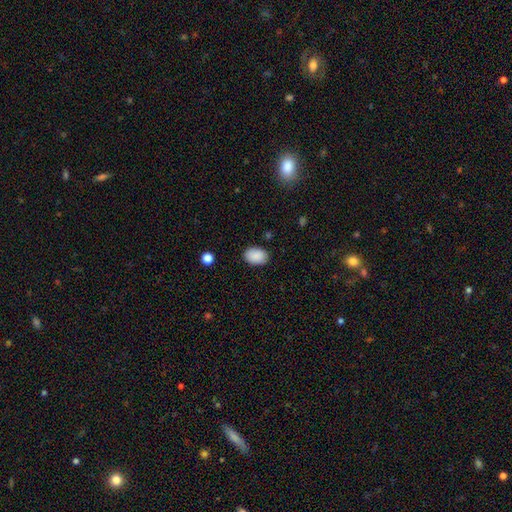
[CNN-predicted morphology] Overall: smooth (90%). How rounded: in between (82%). Merging: none (86%).